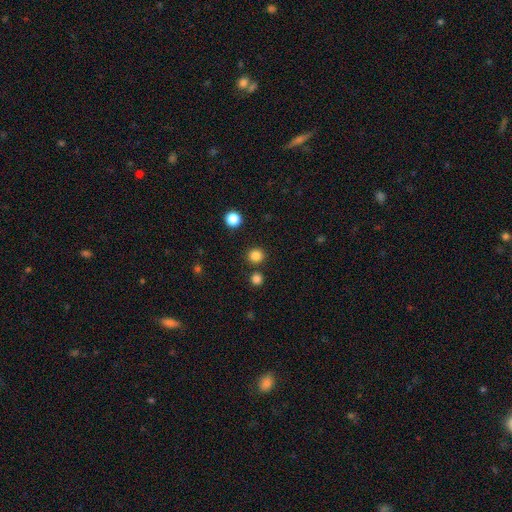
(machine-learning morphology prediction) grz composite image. It shows a smooth galaxy with no disk features (83%) that is round (93%). Merging: none (87%).